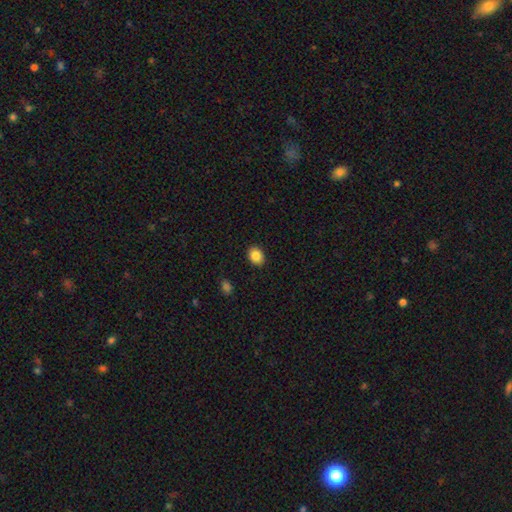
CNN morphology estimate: A smooth galaxy with no disk features (86%) that is in between round and cigar-shaped (58%).

Vote fractions:
- Smooth or featured? smooth: 86% / star or artifact: 9% / featured or disk: 6%
- How rounded? in between: 58% / round: 41% / cigar-shaped: 1%
- Merging? none: 90% / minor disturbance: 7% / major disturbance: 2% / merger: 1%